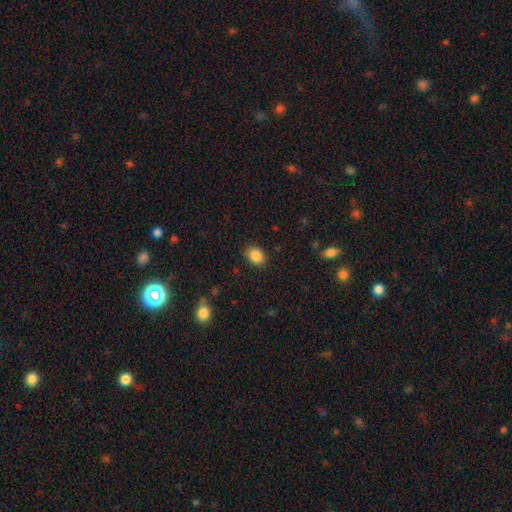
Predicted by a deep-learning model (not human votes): Smooth or featured: smooth — 88% (star or artifact — 9%)
How rounded: in between — 65% (round — 34%)
Merging: none — 87% (minor disturbance — 10%)